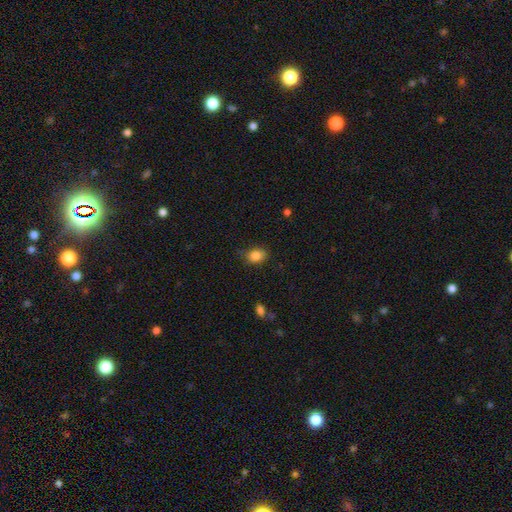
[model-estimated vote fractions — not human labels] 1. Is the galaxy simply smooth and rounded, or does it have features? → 85% smooth, 9% star or artifact, 6% featured or disk.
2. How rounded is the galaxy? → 69% in between, 30% round, 1% cigar-shaped.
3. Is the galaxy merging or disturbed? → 70% none, 24% minor disturbance, 5% major disturbance, 1% merger.